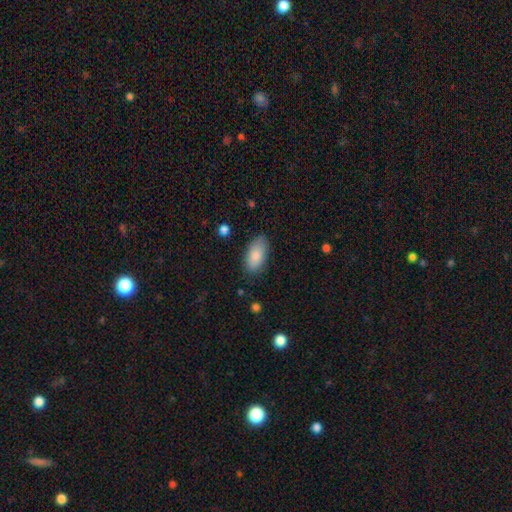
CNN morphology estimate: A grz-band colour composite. It shows a smooth galaxy with no disk features (86%) that is in between round and cigar-shaped (92%). Merging: none (83%).